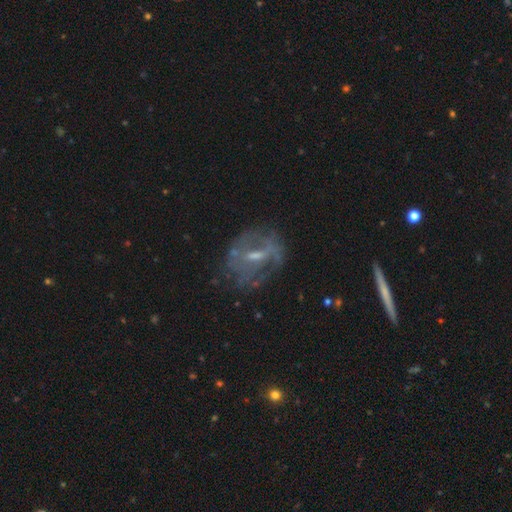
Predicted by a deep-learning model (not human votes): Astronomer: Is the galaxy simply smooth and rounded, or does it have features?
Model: featured or disk — 72%.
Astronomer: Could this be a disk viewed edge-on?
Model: no — 93%.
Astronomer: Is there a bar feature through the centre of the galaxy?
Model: weak — 47% (runner-up: no, 29%).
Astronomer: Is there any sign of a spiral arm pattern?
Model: yes — 52% (runner-up: no, 48%).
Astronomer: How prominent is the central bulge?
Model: small — 42%, tied with moderate at 42%.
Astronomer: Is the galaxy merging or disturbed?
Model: none — 59%.